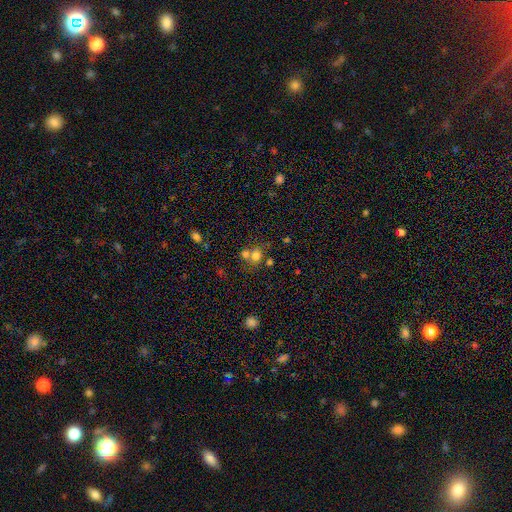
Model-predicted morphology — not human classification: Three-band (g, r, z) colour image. It shows a smooth galaxy with no disk features (72%) that is round (70%). Merging: none (44%, tied with merger).